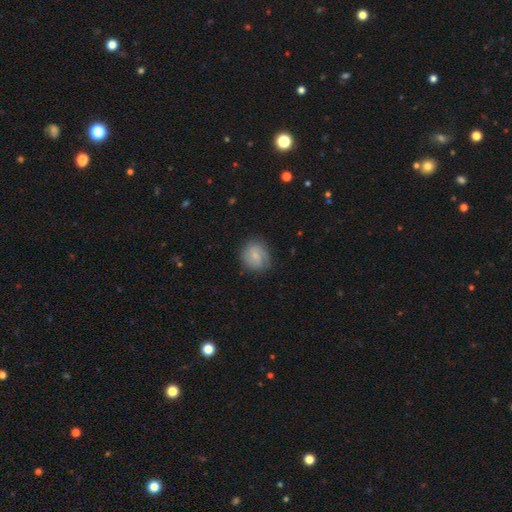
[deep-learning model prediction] smooth-or-featured: smooth: 64% | featured or disk: 28% | star or artifact: 7%
  how-rounded: round: 78% | in between: 21% | cigar-shaped: 1%
  merging: none: 74% | minor disturbance: 19% | major disturbance: 6% | merger: 1%